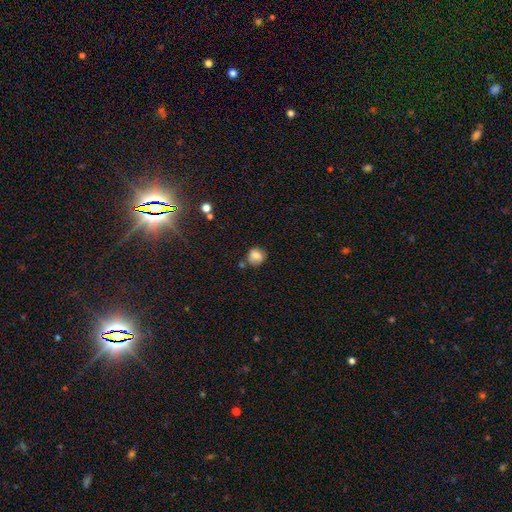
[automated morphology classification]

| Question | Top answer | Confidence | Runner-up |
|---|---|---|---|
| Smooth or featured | smooth | 80% | star or artifact (10%) |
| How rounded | round | 80% | in between (19%) |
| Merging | none | 66% | minor disturbance (19%) |